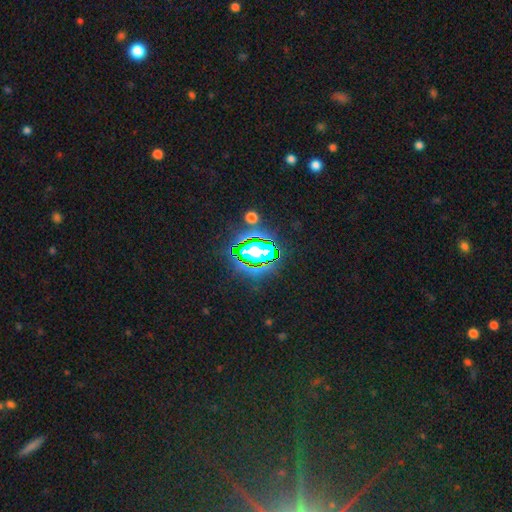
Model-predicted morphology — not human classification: Smooth or featured? star or artifact (77%)